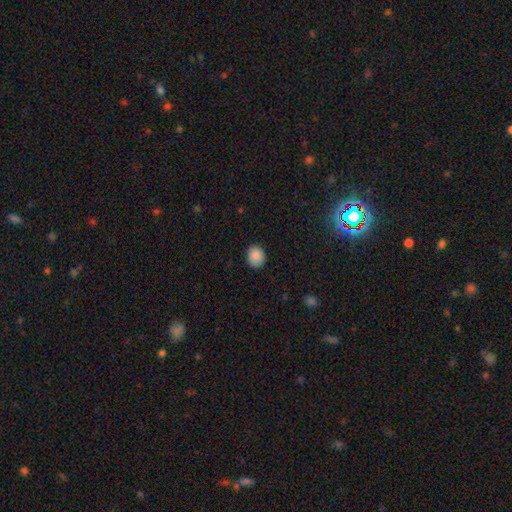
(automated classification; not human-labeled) smooth 88%, star or artifact 8%, featured or disk 4%. Down the decision tree: how rounded — round (68%); merging — none (87%).